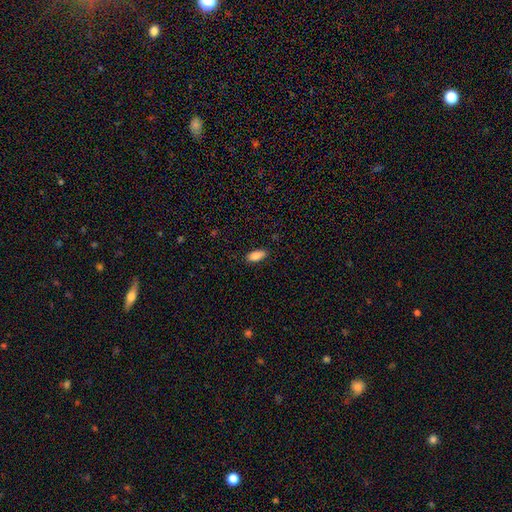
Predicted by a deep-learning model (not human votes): Q: Smooth or featured?
A: smooth (85%); runner-up: star or artifact (7%)
Q: How rounded?
A: in between (87%); runner-up: cigar-shaped (11%)
Q: Merging?
A: none (86%); runner-up: minor disturbance (11%)